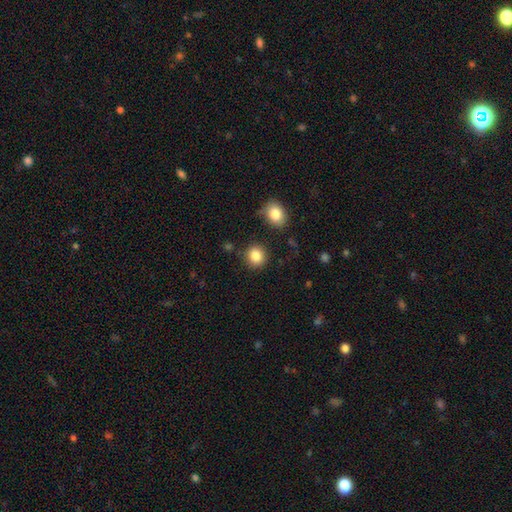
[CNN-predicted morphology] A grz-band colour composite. It shows a smooth galaxy with no disk features (86%) that is round (83%). Merging: none (85%).